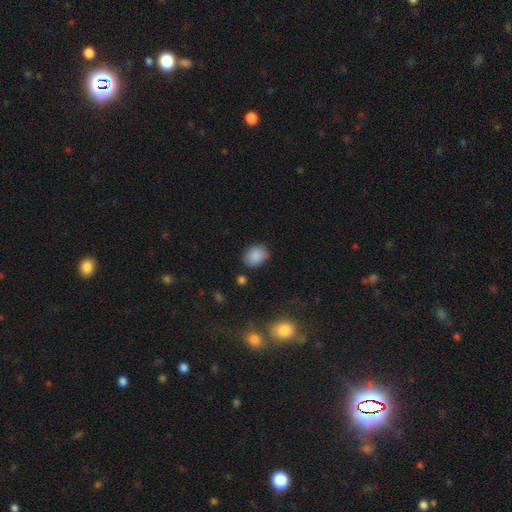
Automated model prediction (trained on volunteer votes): Morphology: type=smooth (87%); roundness=in between (56%); merging=none (81%).